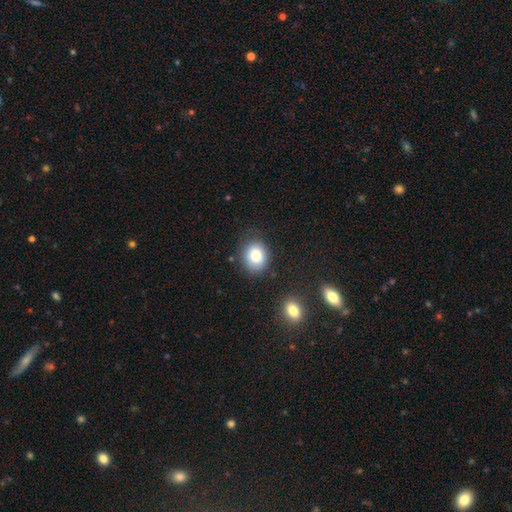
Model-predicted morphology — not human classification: A smooth galaxy with no disk features (82%) that is round (64%).

Vote fractions:
- Smooth or featured? smooth: 82% / star or artifact: 10% / featured or disk: 9%
- How rounded? round: 64% / in between: 35% / cigar-shaped: 1%
- Merging? none: 81% / minor disturbance: 12% / merger: 3% / major disturbance: 3%